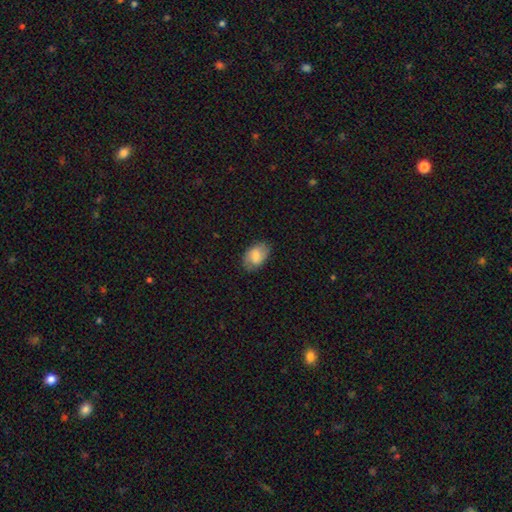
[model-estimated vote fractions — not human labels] Smooth or featured? smooth (60%)
How rounded? in between (89%)
Merging? none (78%)